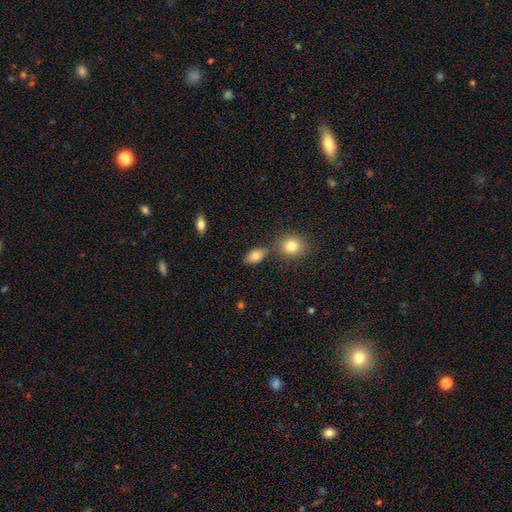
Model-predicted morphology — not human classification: Smooth or featured: smooth — 85% (star or artifact — 8%)
How rounded: in between — 90% (round — 7%)
Merging: none — 73% (minor disturbance — 12%)